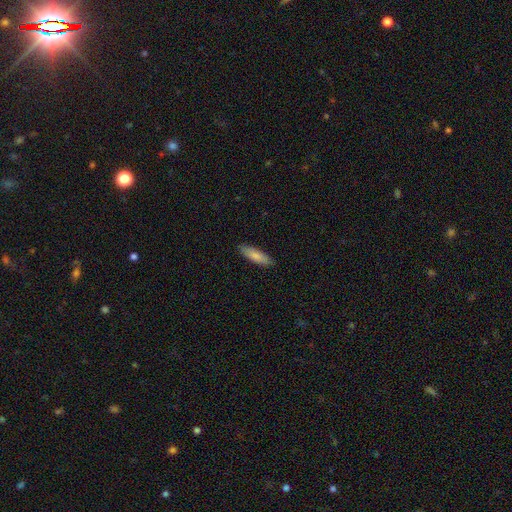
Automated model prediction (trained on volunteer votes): Q: Smooth or featured?
A: smooth (84%); runner-up: featured or disk (11%)
Q: How rounded?
A: cigar-shaped (57%); runner-up: in between (41%)
Q: Merging?
A: none (89%); runner-up: minor disturbance (9%)